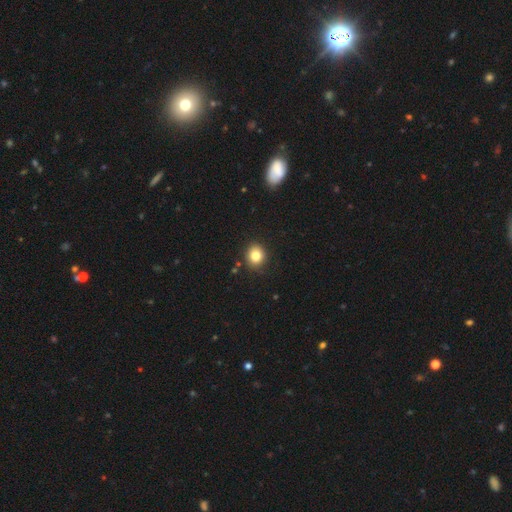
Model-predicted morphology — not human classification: This is clearly a smooth galaxy (82%). How rounded: likely round (76%). Merging: clearly none (88%).